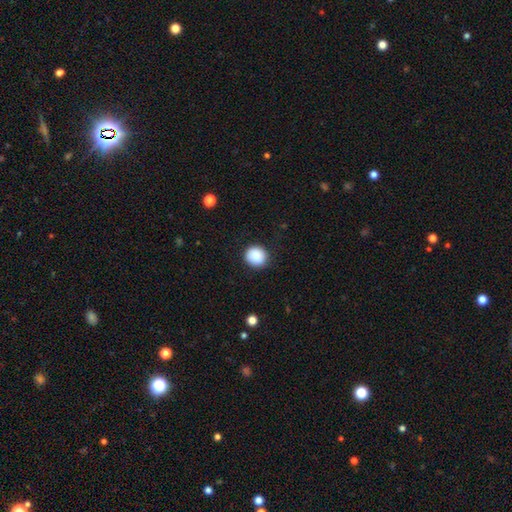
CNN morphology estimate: Q: Smooth or featured?
A: smooth (89%); runner-up: star or artifact (8%)
Q: How rounded?
A: round (86%); runner-up: in between (13%)
Q: Merging?
A: none (89%); runner-up: minor disturbance (8%)